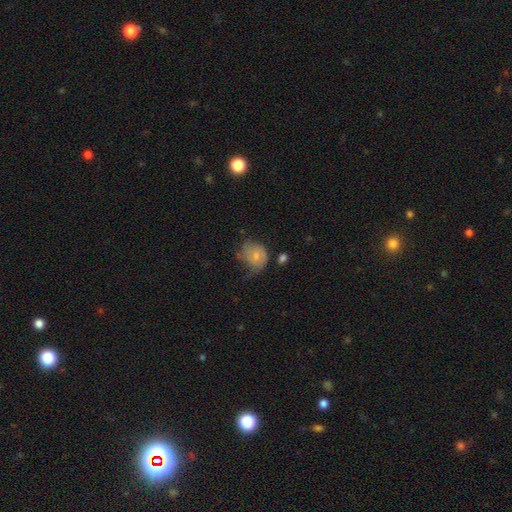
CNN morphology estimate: smooth-or-featured: smooth: 59% | featured or disk: 32% | star or artifact: 8%
  how-rounded: round: 60% | in between: 39% | cigar-shaped: 1%
  merging: minor disturbance: 36% | none: 32% | major disturbance: 27% | merger: 4%